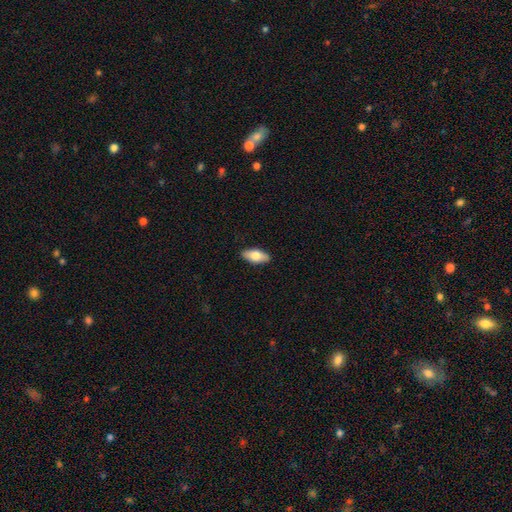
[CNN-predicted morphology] type=smooth (74%); roundness=in between (86%); merging=none (90%).